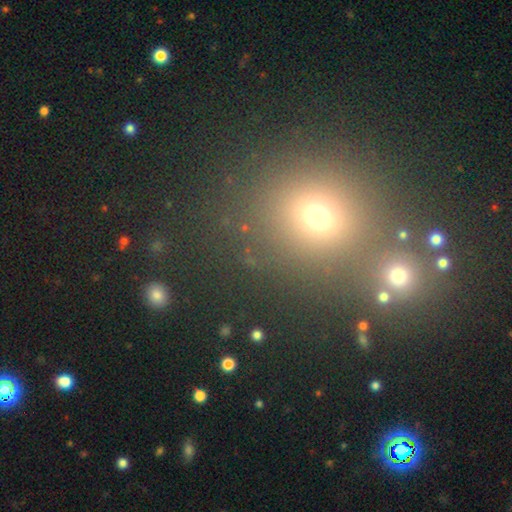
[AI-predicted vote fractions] This is possibly a smooth galaxy (52%). How rounded: likely round (75%). Merging: likely none (72%).